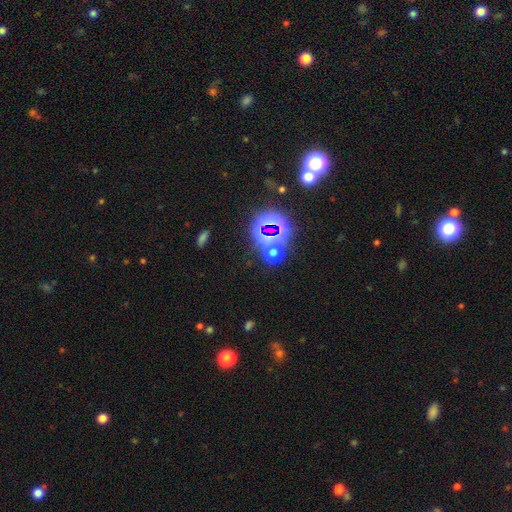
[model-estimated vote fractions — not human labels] Smooth or featured? star or artifact (78%)